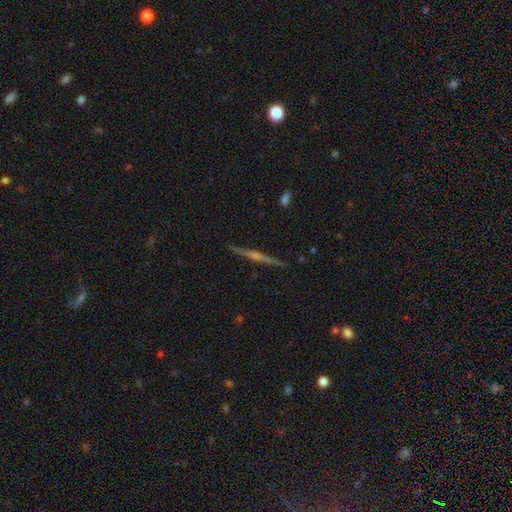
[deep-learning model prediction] smooth_or_featured: featured or disk (p=0.81) [alt: smooth p=0.12]
disk_edge_on: yes (p=0.98) [alt: no p=0.02]
edge_on_bulge: rounded (p=0.74) [alt: boxy p=0.13]
merging: none (p=0.92) [alt: minor disturbance p=0.06]